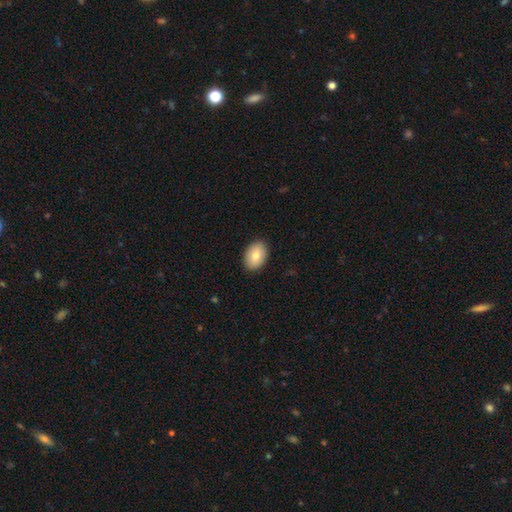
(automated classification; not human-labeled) The model was most divided on "how rounded": in between: 84%, round: 15%, cigar-shaped: 1%. More confident: merging — none (90%); smooth or featured — smooth (82%).